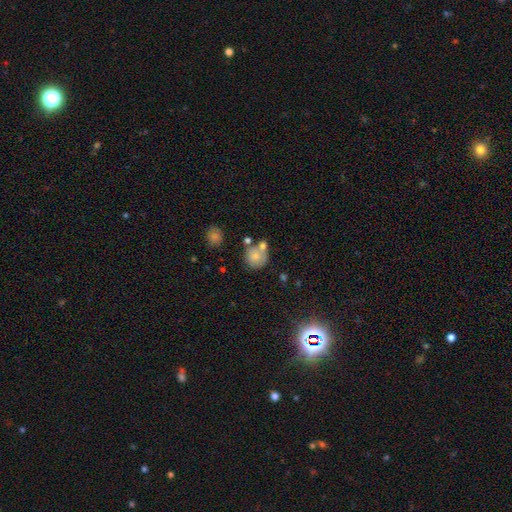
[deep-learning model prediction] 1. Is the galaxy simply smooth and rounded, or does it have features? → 74% smooth, 16% featured or disk, 10% star or artifact.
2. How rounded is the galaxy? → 83% round, 16% in between, 1% cigar-shaped.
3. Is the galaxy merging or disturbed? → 50% none, 28% merger, 16% minor disturbance, 6% major disturbance.